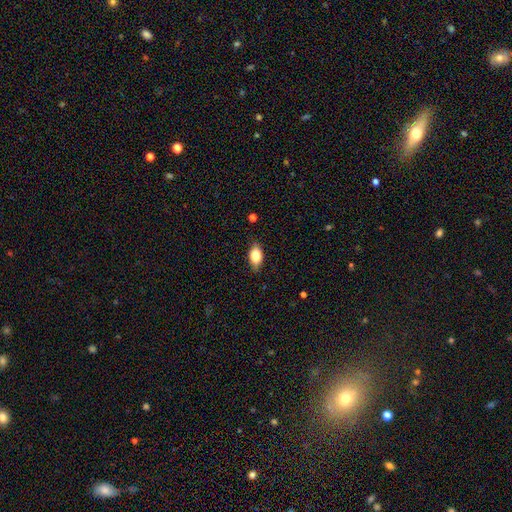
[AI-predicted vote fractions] This appears to be a smooth galaxy with no disk features (80%) that is in between round and cigar-shaped (87%). Merging: none (81%).